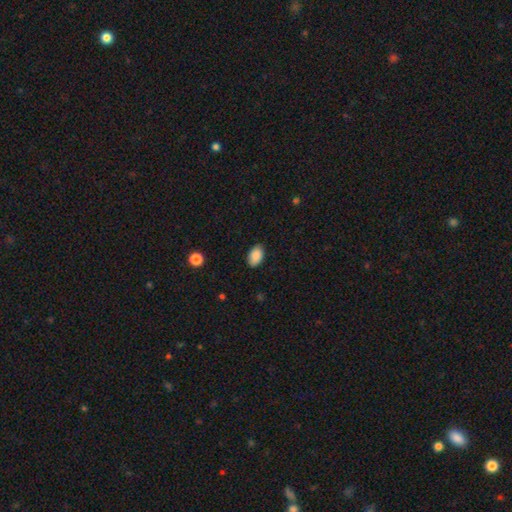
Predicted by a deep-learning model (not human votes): Smooth or featured?
  - smooth: 89% *
  - star or artifact: 7%
  - featured or disk: 4%
How rounded?
  - in between: 91% *
  - round: 7%
  - cigar-shaped: 1%
Merging?
  - none: 86% *
  - minor disturbance: 11%
  - major disturbance: 2%
  - merger: 1%